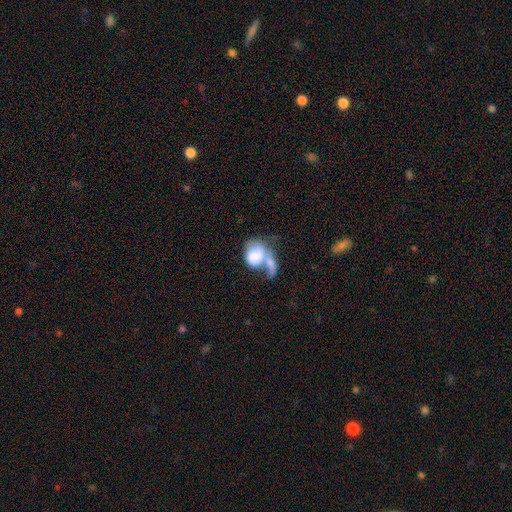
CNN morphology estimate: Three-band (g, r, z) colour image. It shows a smooth galaxy with no disk features (71%) that is in between round and cigar-shaped (61%). Merging: merger (64%).